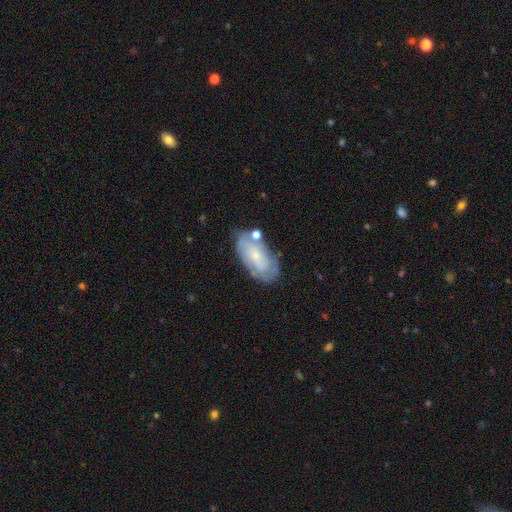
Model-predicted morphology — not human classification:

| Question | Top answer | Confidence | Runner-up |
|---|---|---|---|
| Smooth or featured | featured or disk | 51% | smooth (42%) |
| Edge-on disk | no | 92% | yes (8%) |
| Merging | none | 64% | minor disturbance (21%) |